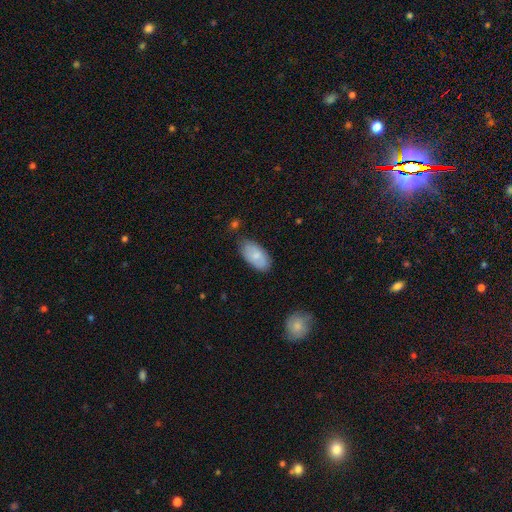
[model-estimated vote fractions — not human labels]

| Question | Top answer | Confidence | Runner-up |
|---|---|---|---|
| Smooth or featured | smooth | 78% | featured or disk (16%) |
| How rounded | in between | 95% | cigar-shaped (3%) |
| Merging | none | 71% | minor disturbance (22%) |